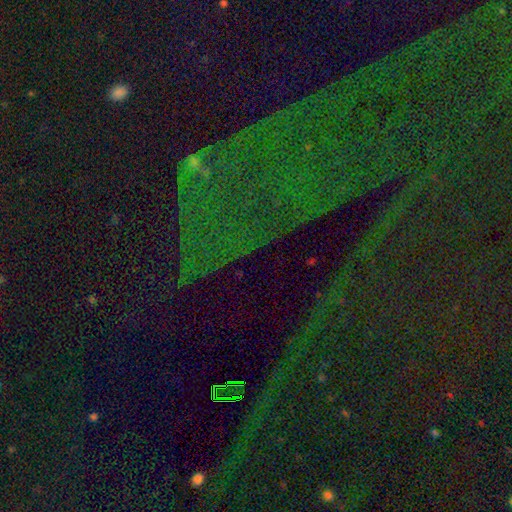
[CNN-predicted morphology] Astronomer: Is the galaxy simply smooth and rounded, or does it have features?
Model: star or artifact — 79%.